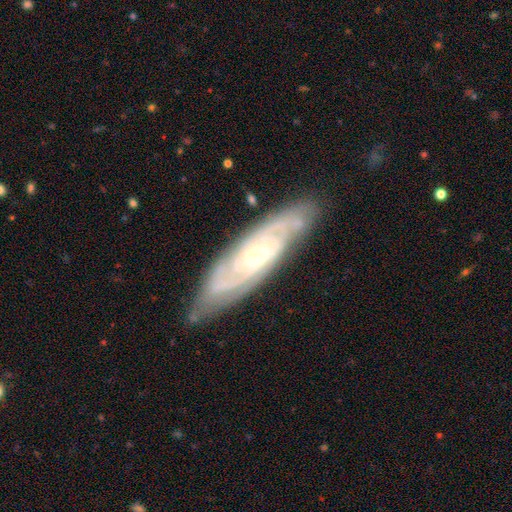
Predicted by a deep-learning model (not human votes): Q: Smooth or featured?
A: featured or disk (84%); runner-up: smooth (10%)
Q: Edge-on disk?
A: no (82%); runner-up: yes (18%)
Q: Bar?
A: no (52%); runner-up: weak (37%)
Q: Spiral arms?
A: yes (96%); runner-up: no (4%)
Q: Spiral winding?
A: tight (66%); runner-up: medium (29%)
Q: Spiral arm count?
A: can't tell (31%); runner-up: 2 (28%)
Q: Bulge size?
A: small (64%); runner-up: moderate (31%)
Q: Merging?
A: none (80%); runner-up: minor disturbance (15%)